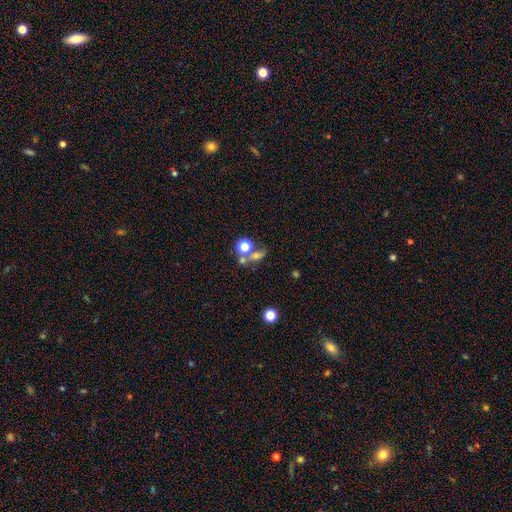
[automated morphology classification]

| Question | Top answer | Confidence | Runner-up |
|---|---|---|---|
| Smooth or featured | smooth | 50% | featured or disk (27%) |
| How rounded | round | 57% | in between (37%) |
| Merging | none | 40% | merger (35%) |